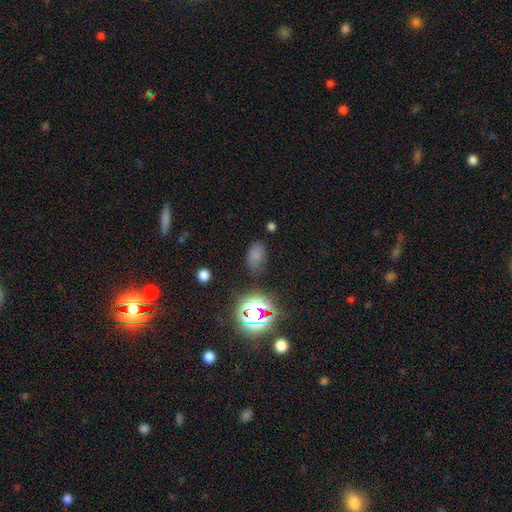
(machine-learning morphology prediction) This appears to be a smooth galaxy with no disk features (66%) that is in between round and cigar-shaped (85%). Merging: none (71%).